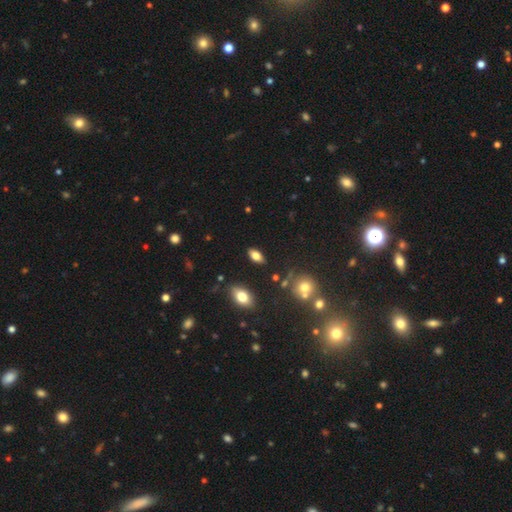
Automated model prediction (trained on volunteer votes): Q: Smooth or featured?
A: smooth (74%); runner-up: featured or disk (16%)
Q: How rounded?
A: in between (87%); runner-up: cigar-shaped (8%)
Q: Merging?
A: none (84%); runner-up: minor disturbance (10%)